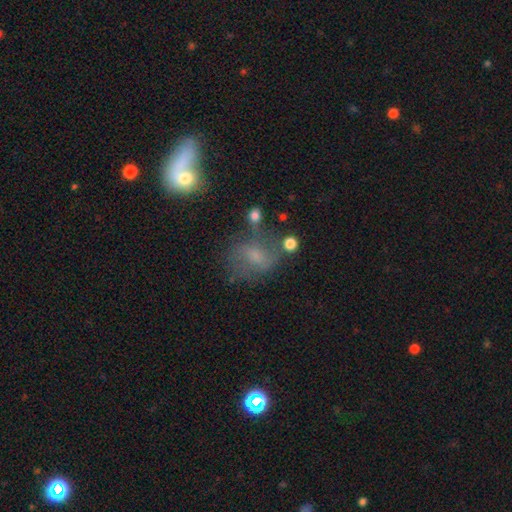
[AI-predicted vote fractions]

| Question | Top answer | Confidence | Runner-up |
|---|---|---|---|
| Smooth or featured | smooth | 45% | featured or disk (37%) |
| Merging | none | 49% | minor disturbance (22%) |